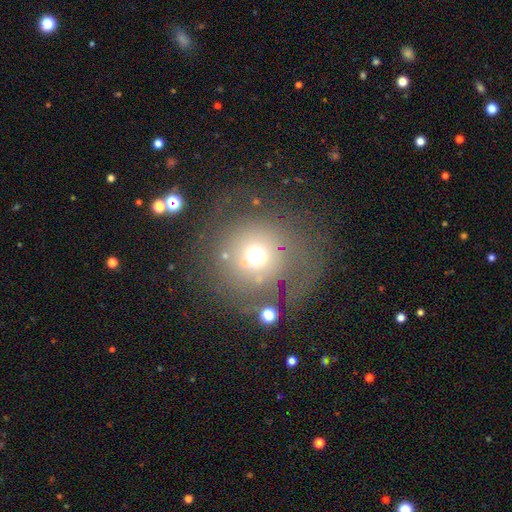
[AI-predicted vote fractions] This is possibly a smooth galaxy (58%). How rounded: clearly round (90%). Merging: possibly none (55%).